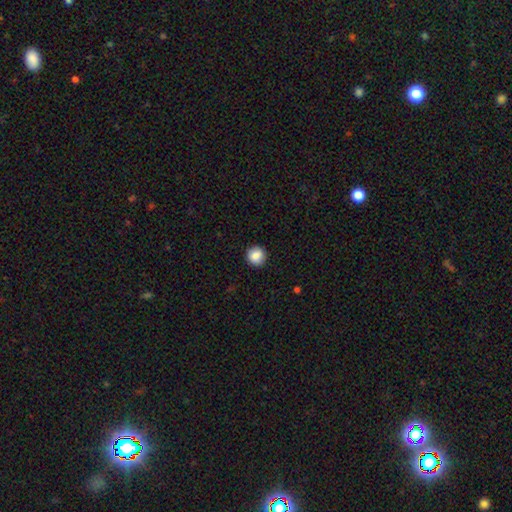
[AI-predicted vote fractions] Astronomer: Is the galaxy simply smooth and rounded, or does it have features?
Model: smooth — 86%.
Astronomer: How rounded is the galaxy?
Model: round — 91%.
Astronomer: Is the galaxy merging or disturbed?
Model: none — 91%.